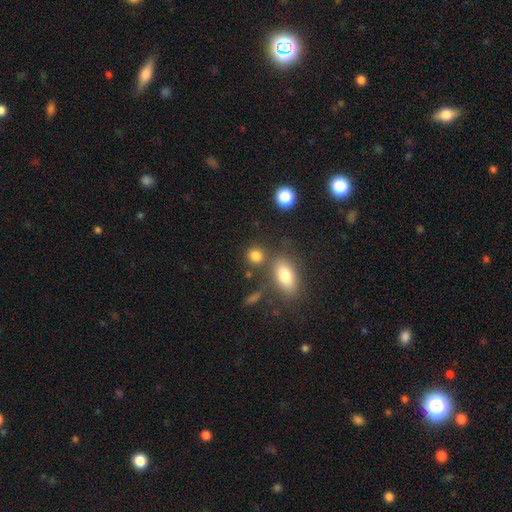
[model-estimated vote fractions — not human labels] Overall: smooth (82%). How rounded: round (77%). Merging: none (71%).